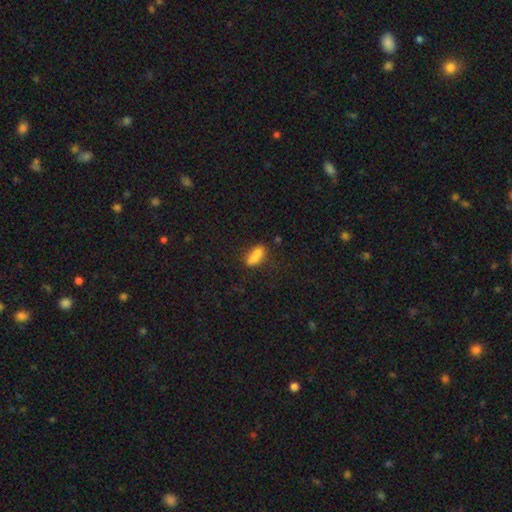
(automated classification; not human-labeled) Smooth or featured: smooth — 72% (featured or disk — 18%)
How rounded: in between — 73% (cigar-shaped — 17%)
Merging: merger — 41% (none — 37%)